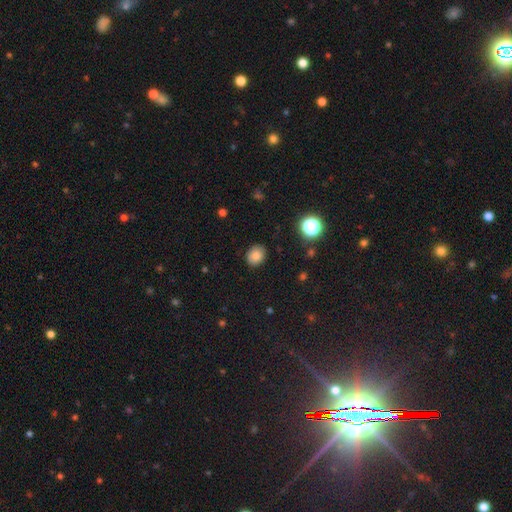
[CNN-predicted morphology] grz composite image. It shows a smooth galaxy with no disk features (83%) that is round (55%). Merging: none (86%).